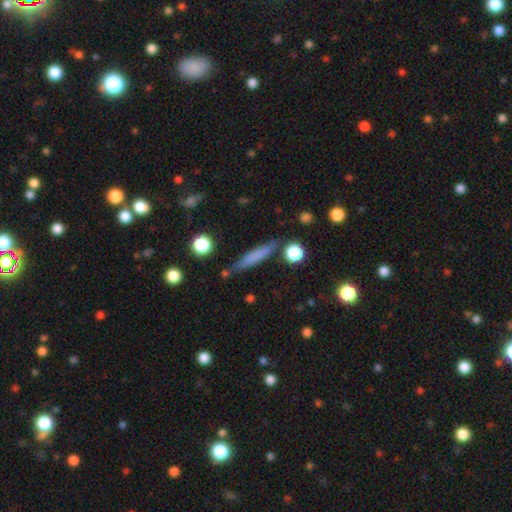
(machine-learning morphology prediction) This is likely a smooth galaxy (66%). How rounded: clearly cigar-shaped (89%). Merging: clearly none (80%).